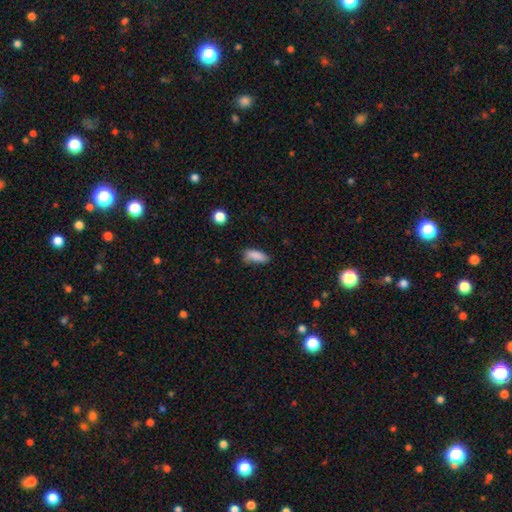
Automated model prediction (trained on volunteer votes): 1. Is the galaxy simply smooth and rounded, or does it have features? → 85% smooth, 9% star or artifact, 6% featured or disk.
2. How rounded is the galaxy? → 73% in between, 25% cigar-shaped, 3% round.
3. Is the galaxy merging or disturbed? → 62% none, 29% minor disturbance, 6% major disturbance, 3% merger.